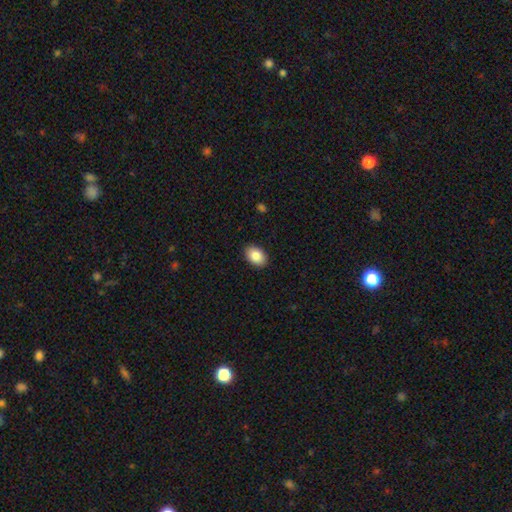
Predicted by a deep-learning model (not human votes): Smooth or featured: smooth — 87% (star or artifact — 7%)
How rounded: in between — 85% (round — 14%)
Merging: none — 90% (minor disturbance — 8%)